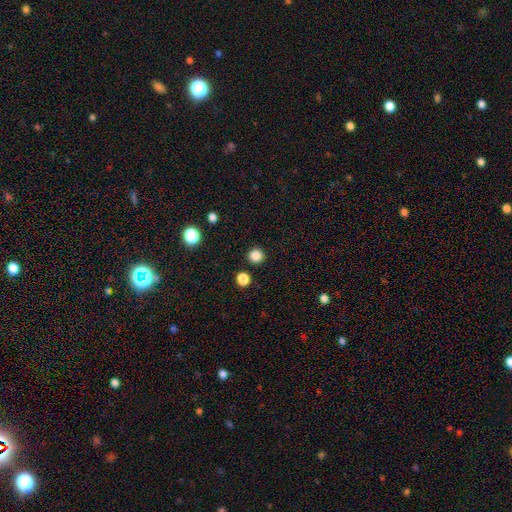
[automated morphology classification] This appears to be a smooth galaxy with no disk features (84%) that is round (95%). Merging: none (92%).